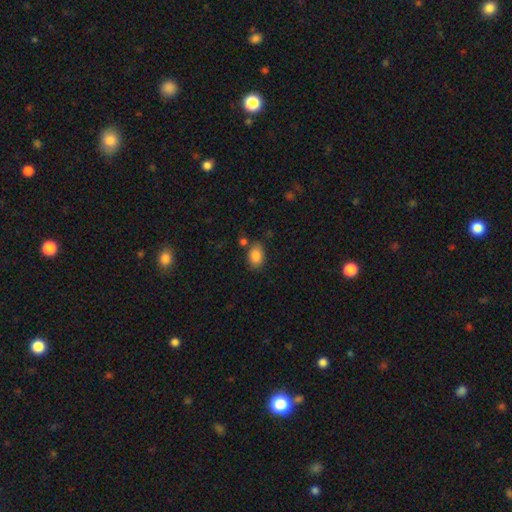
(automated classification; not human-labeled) Smooth or featured: smooth — 87% (star or artifact — 8%)
How rounded: in between — 79% (round — 20%)
Merging: none — 71% (minor disturbance — 17%)